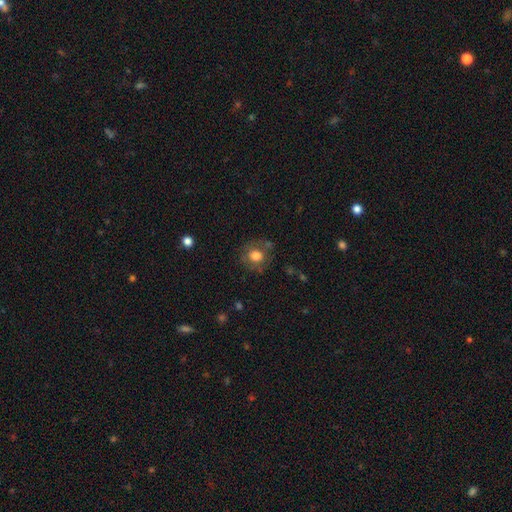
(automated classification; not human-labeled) Q: Smooth or featured?
A: smooth (73%); runner-up: featured or disk (17%)
Q: How rounded?
A: round (75%); runner-up: in between (24%)
Q: Merging?
A: none (71%); runner-up: minor disturbance (18%)